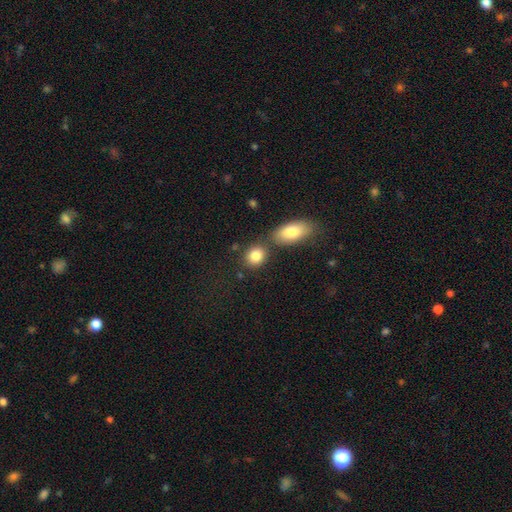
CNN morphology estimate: smooth-or-featured: smooth: 84% | star or artifact: 8% | featured or disk: 7%
  how-rounded: round: 52% | in between: 46% | cigar-shaped: 2%
  merging: none: 64% | merger: 22% | minor disturbance: 10% | major disturbance: 4%